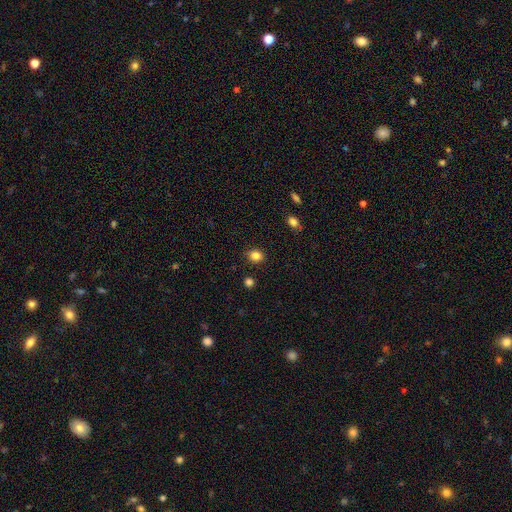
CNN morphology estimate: This appears to be a smooth galaxy with no disk features (84%) that is round (68%). Merging: none (86%).